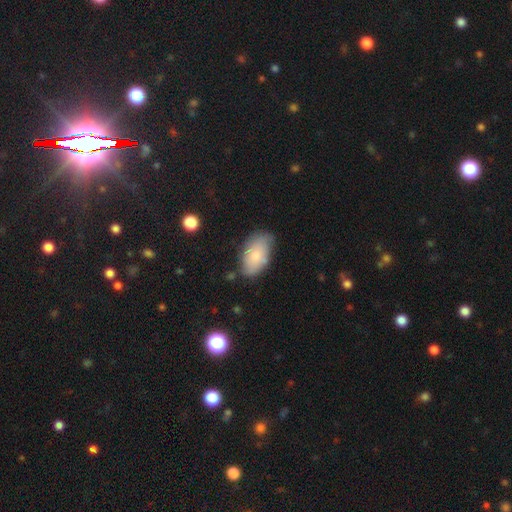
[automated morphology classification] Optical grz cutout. It shows a smooth galaxy with no disk features (74%) that is in between round and cigar-shaped (94%). Merging: none (64%).